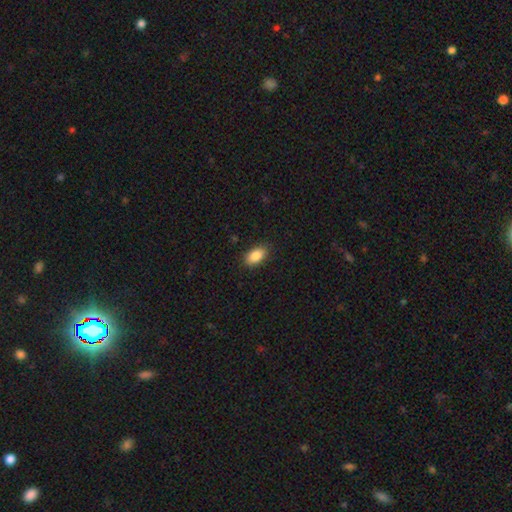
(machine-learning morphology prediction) Overall: smooth (87%). How rounded: in between (92%). Merging: none (87%).